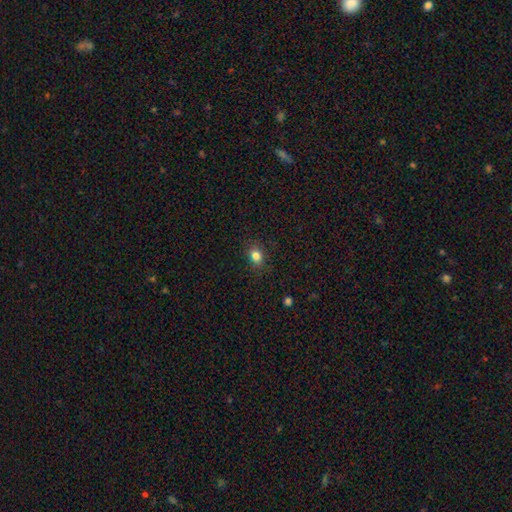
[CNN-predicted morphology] Q: Smooth or featured?
A: smooth (82%); runner-up: star or artifact (12%)
Q: How rounded?
A: in between (52%); runner-up: round (47%)
Q: Merging?
A: none (85%); runner-up: minor disturbance (11%)